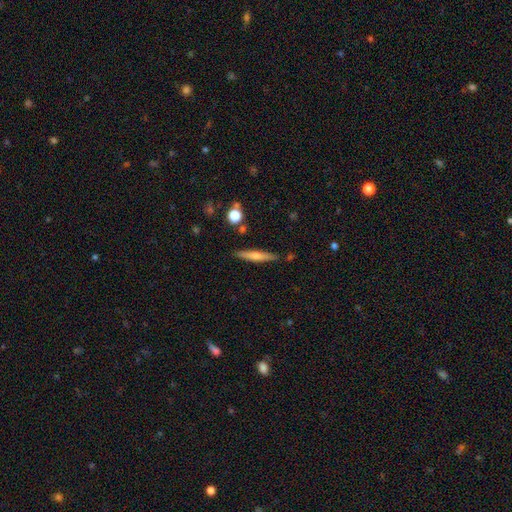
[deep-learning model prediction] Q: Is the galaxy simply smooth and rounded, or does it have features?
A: smooth — 55%.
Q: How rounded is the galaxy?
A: cigar-shaped — 92%.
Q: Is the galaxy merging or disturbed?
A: none — 86%.